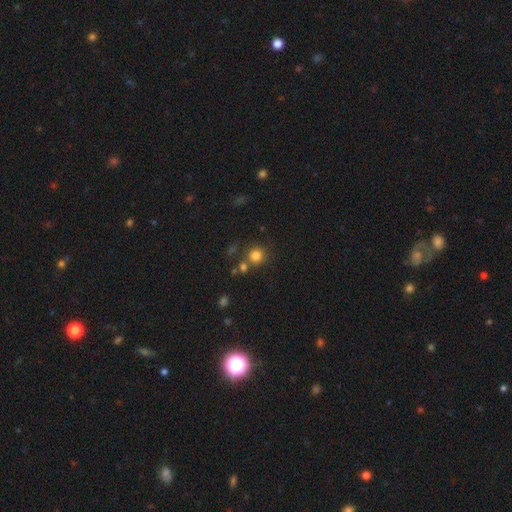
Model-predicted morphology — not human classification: smooth_or_featured: smooth (p=0.81) [alt: star or artifact p=0.13]
how_rounded: round (p=0.90) [alt: in between p=0.09]
merging: none (p=0.71) [alt: merger p=0.16]